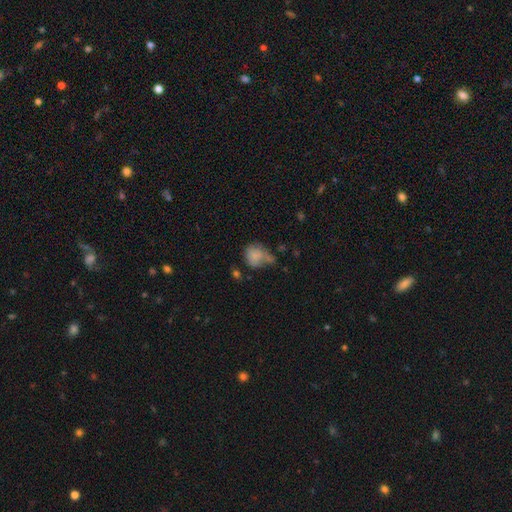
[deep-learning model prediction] Overall: smooth (78%). How rounded: round (67%; in between 32%). Merging: none (38%; minor disturbance 27%).